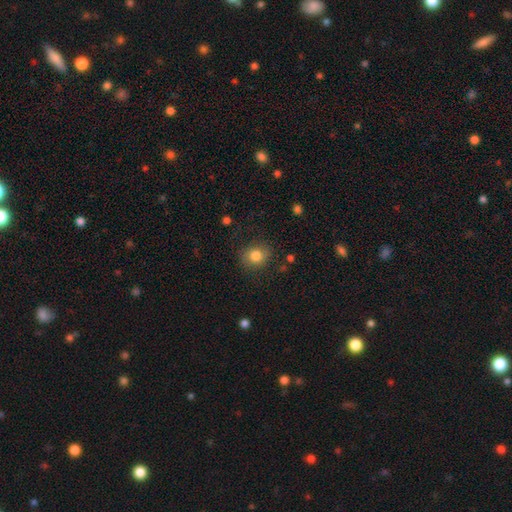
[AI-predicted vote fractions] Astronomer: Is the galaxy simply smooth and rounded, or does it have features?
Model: smooth — 82%.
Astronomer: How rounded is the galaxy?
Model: round — 72%.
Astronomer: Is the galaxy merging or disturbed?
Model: none — 81%.